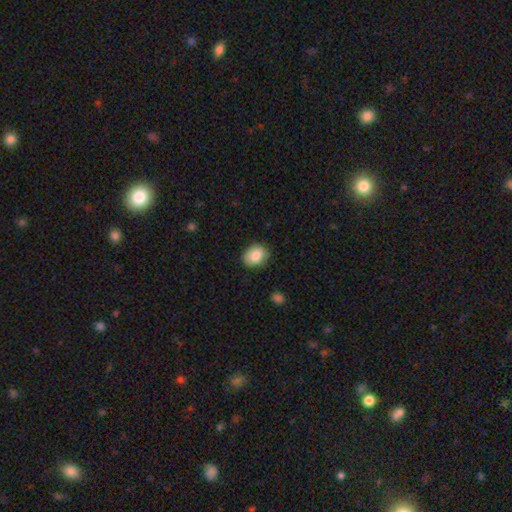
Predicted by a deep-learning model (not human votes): smooth-or-featured: smooth: 85% | featured or disk: 8% | star or artifact: 7%
  how-rounded: in between: 62% | round: 37% | cigar-shaped: 1%
  merging: none: 84% | minor disturbance: 12% | major disturbance: 2% | merger: 1%